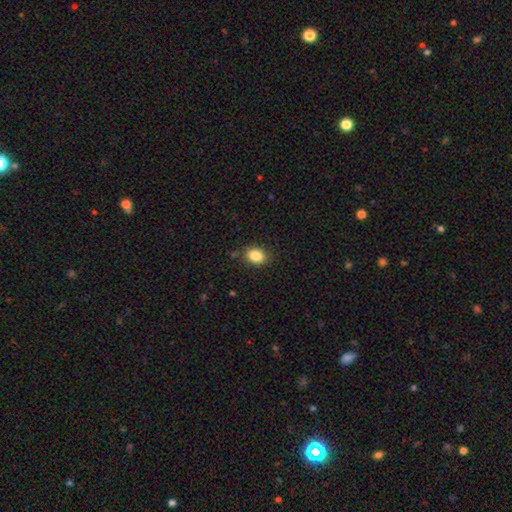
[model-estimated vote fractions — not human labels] smooth-or-featured: smooth: 85% | star or artifact: 9% | featured or disk: 5%
  how-rounded: in between: 70% | round: 29% | cigar-shaped: 1%
  merging: none: 85% | minor disturbance: 11% | major disturbance: 3% | merger: 2%